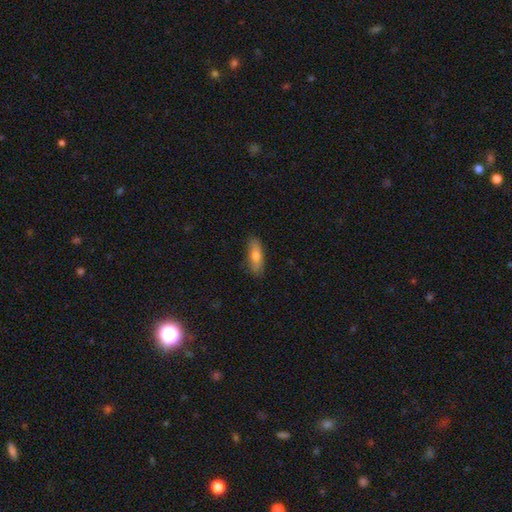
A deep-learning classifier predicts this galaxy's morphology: This appears to be a smooth galaxy with no disk features (74%) that is in between round and cigar-shaped (63%). Merging: none (83%).